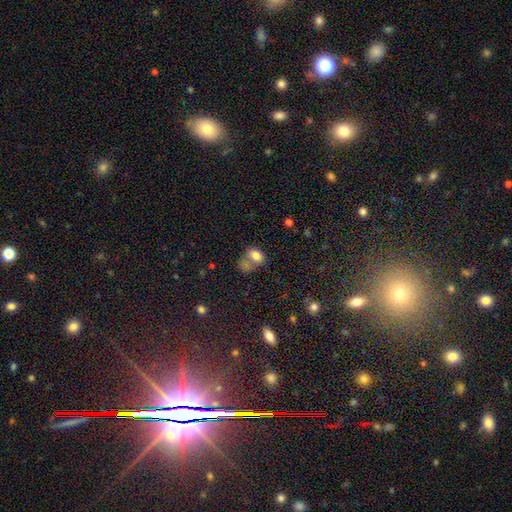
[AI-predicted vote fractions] Morphology: type=smooth (78%); roundness=in between (74%); merging=merger (47%).